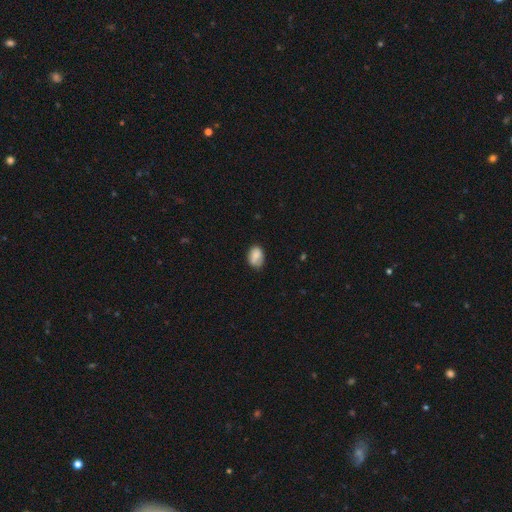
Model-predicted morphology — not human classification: The model was most divided on "merging": none: 64%, minor disturbance: 27%, major disturbance: 6%, merger: 3%. More confident: smooth or featured — smooth (80%); how rounded — in between (79%).